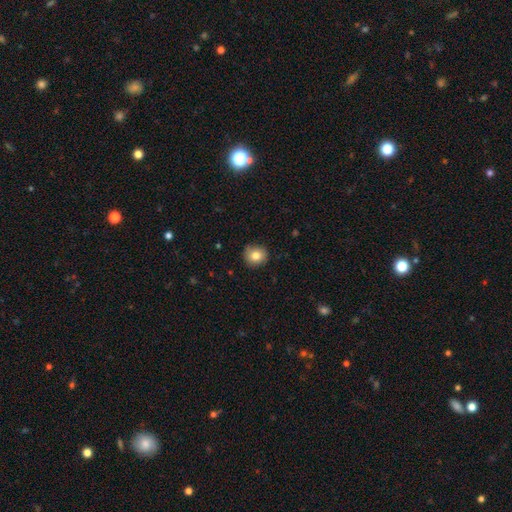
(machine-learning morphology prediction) This is clearly a smooth galaxy (81%). How rounded: clearly round (90%). Merging: clearly none (86%).